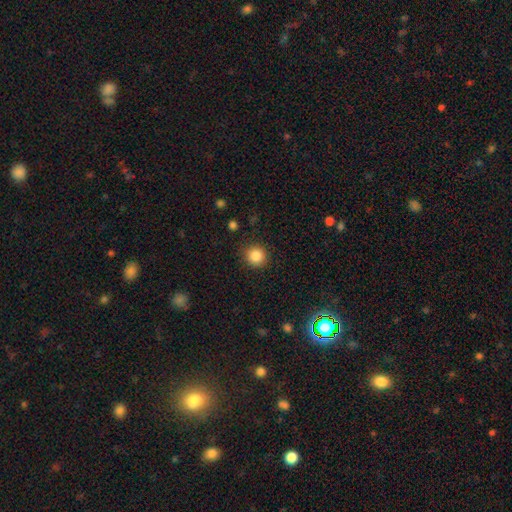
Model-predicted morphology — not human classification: smooth_or_featured: smooth (p=0.86) [alt: star or artifact p=0.10]
how_rounded: round (p=0.93) [alt: in between p=0.06]
merging: none (p=0.90) [alt: minor disturbance p=0.07]